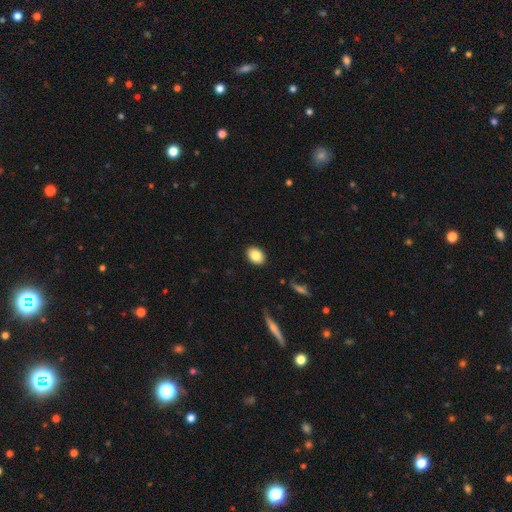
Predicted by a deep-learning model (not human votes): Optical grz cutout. It shows a smooth galaxy with no disk features (85%) that is in between round and cigar-shaped (68%). Merging: none (90%).